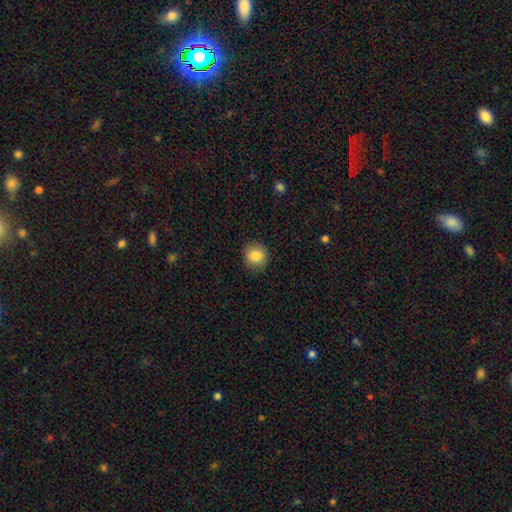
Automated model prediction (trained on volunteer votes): A smooth galaxy with no disk features (84%) that is round (90%).

Vote fractions:
- Smooth or featured? smooth: 84% / star or artifact: 9% / featured or disk: 7%
- How rounded? round: 90% / in between: 9% / cigar-shaped: 1%
- Merging? none: 90% / minor disturbance: 7% / major disturbance: 2% / merger: 1%